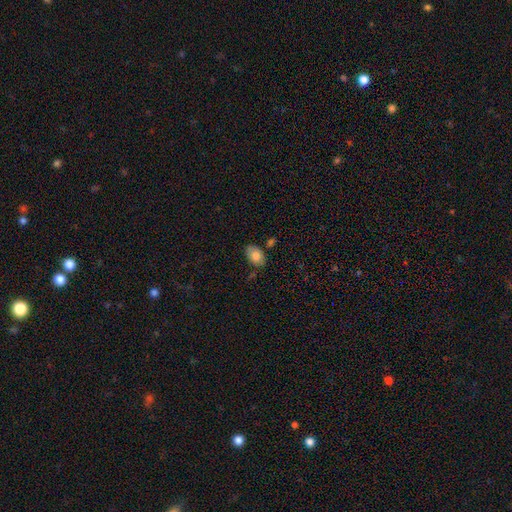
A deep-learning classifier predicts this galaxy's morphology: The model was most divided on "smooth or featured": smooth: 76%, featured or disk: 17%, star or artifact: 7%. More confident: how rounded — in between (89%); merging — none (76%).